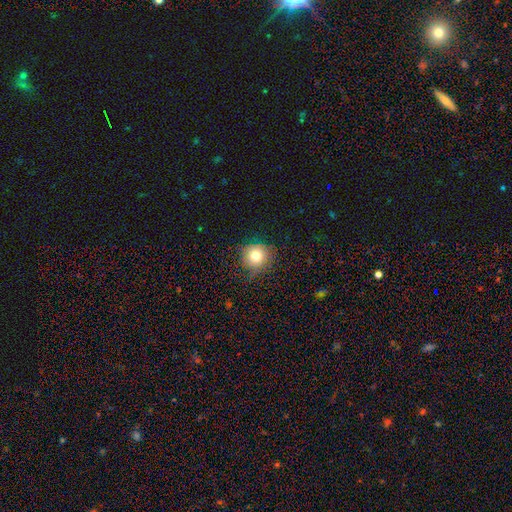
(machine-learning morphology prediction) Q: Smooth or featured?
A: smooth (75%); runner-up: star or artifact (13%)
Q: How rounded?
A: round (93%); runner-up: in between (6%)
Q: Merging?
A: none (77%); runner-up: minor disturbance (17%)